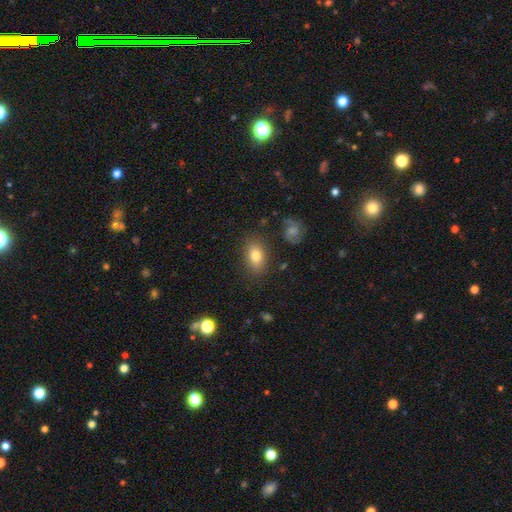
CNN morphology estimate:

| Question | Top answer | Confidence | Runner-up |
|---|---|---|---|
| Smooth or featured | smooth | 79% | featured or disk (12%) |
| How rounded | in between | 83% | round (15%) |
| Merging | none | 82% | minor disturbance (12%) |